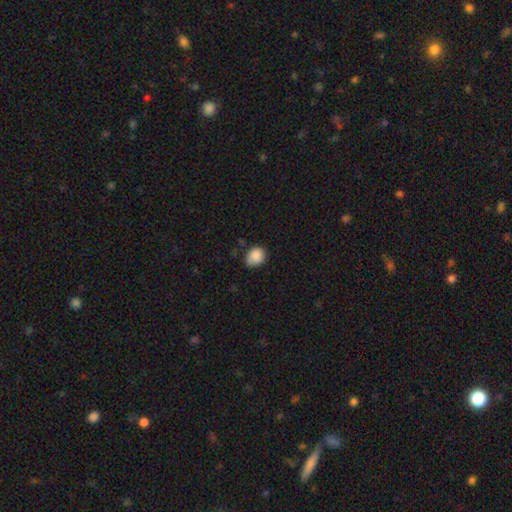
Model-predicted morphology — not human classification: type=smooth (87%); roundness=round (54%); merging=none (61%).